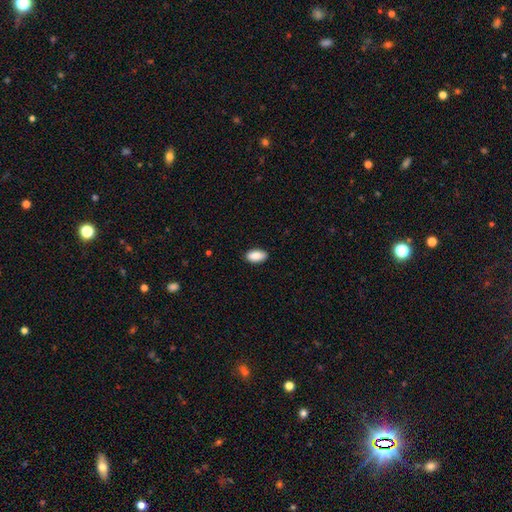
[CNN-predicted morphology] smooth 89%, star or artifact 6%, featured or disk 4%. Down the decision tree: how rounded — in between (94%); merging — none (87%).